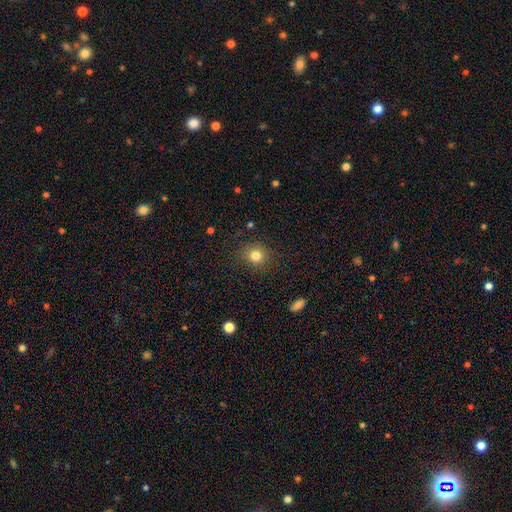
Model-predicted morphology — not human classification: A smooth galaxy with no disk features (81%) that is round (83%). Merging: none (86%).